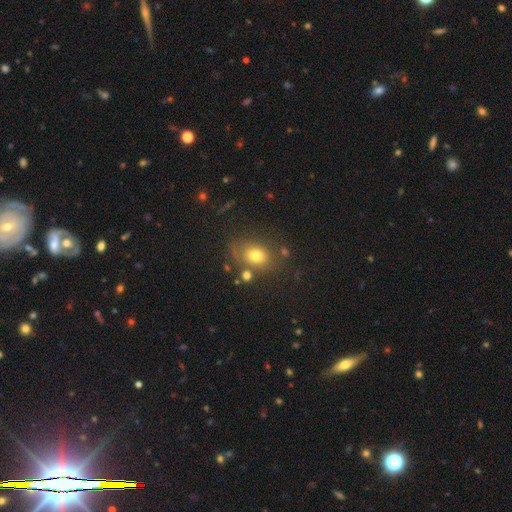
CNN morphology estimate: A smooth galaxy with no disk features (74%) that is in between round and cigar-shaped (58%). Merging: none (69%).